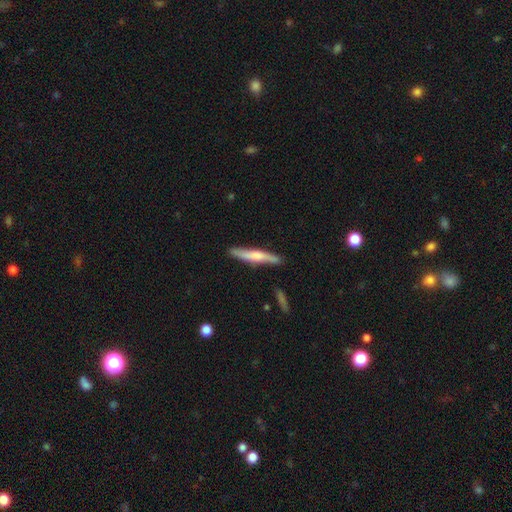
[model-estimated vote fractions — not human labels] Q: Smooth or featured?
A: smooth (52%); runner-up: featured or disk (43%)
Q: How rounded?
A: cigar-shaped (93%); runner-up: in between (6%)
Q: Merging?
A: none (84%); runner-up: minor disturbance (12%)